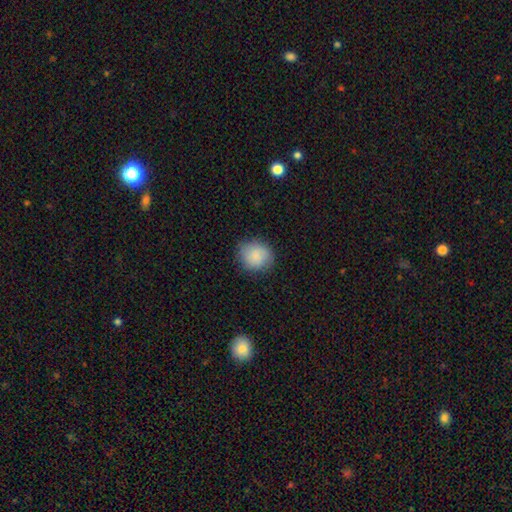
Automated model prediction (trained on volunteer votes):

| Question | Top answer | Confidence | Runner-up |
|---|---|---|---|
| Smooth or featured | smooth | 86% | star or artifact (7%) |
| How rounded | round | 81% | in between (18%) |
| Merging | none | 82% | minor disturbance (14%) |